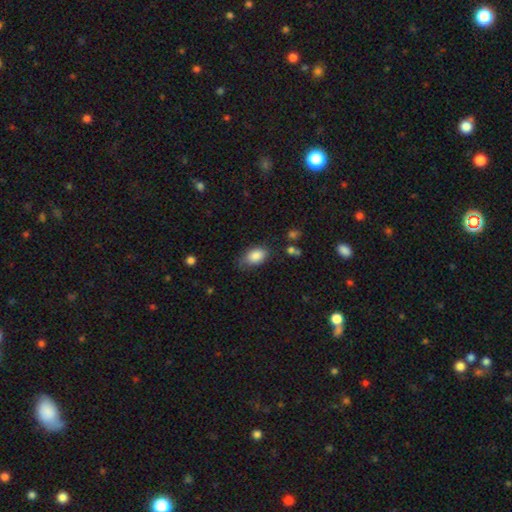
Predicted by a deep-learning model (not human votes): Smooth or featured? smooth (86%)
How rounded? in between (90%)
Merging? none (66%)